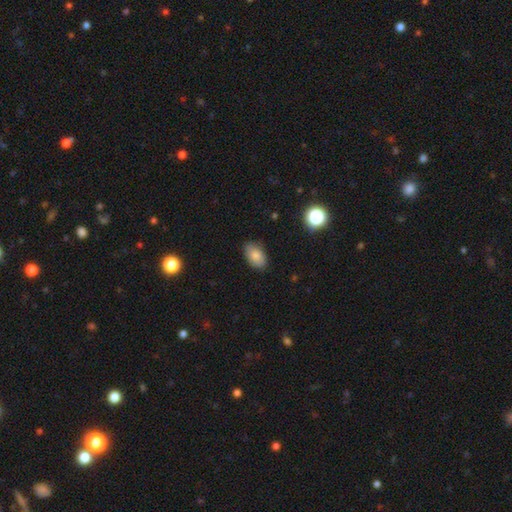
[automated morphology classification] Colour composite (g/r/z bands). It shows a smooth galaxy with no disk features (82%) that is in between round and cigar-shaped (91%). Merging: none (84%).